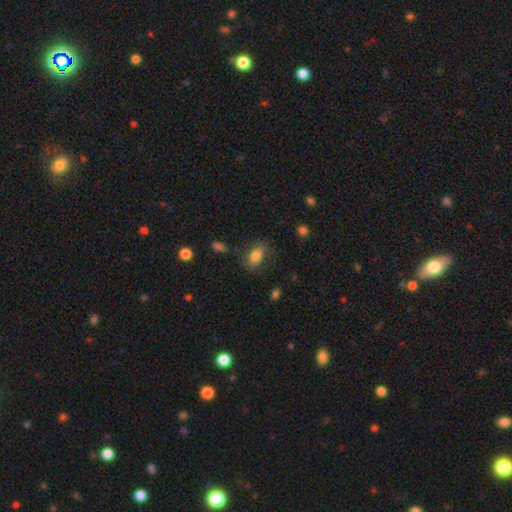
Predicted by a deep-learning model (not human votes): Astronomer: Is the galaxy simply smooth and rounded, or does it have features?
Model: smooth — 76%.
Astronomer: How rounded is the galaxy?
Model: in between — 86%.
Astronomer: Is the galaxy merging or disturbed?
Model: none — 70%.